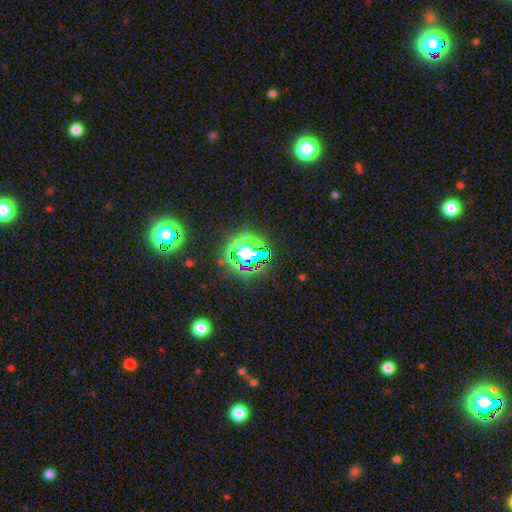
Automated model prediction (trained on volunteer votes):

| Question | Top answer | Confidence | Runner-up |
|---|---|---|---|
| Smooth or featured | star or artifact | 67% | smooth (22%) |